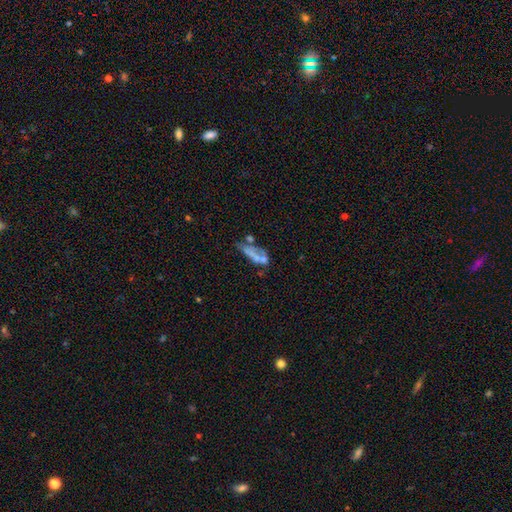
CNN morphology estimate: A smooth galaxy with no disk features (44%). Merging: merger (34%).